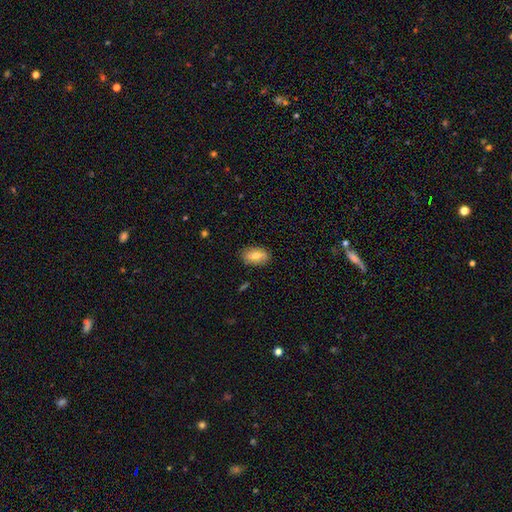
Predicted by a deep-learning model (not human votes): smooth_or_featured: smooth (p=0.70) [alt: featured or disk p=0.22]
how_rounded: in between (p=0.89) [alt: round p=0.09]
merging: none (p=0.85) [alt: minor disturbance p=0.11]